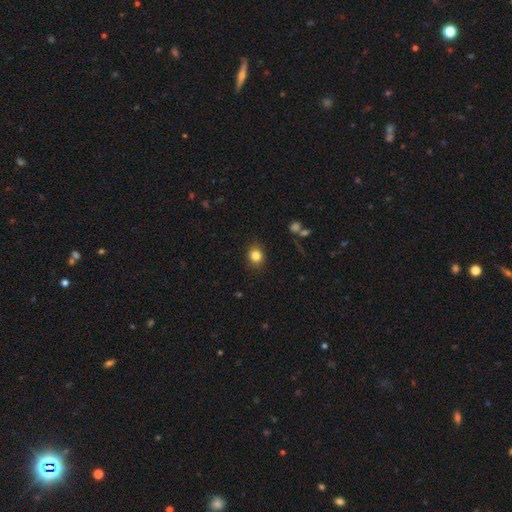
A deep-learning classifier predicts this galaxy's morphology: This is clearly a smooth galaxy (82%). How rounded: likely round (71%). Merging: clearly none (88%).